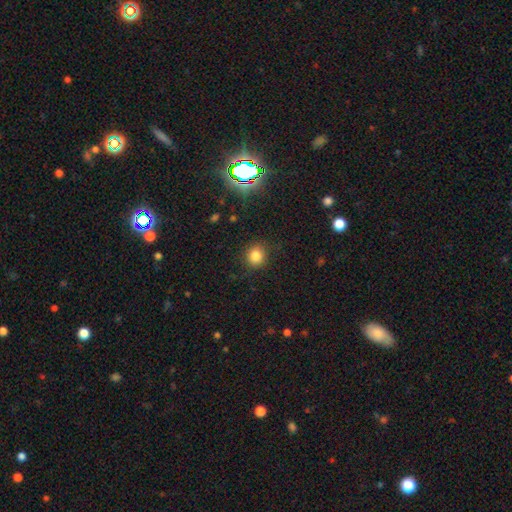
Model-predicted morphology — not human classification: This appears to be a smooth galaxy with no disk features (81%) that is round (85%). Merging: none (85%).